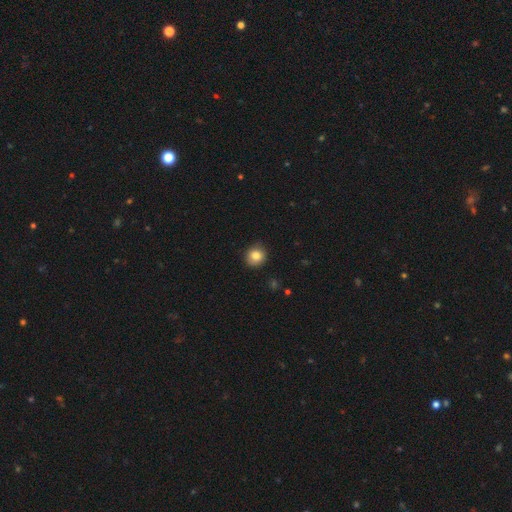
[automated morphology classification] A smooth galaxy with no disk features (83%) that is round (84%). Merging: none (83%).